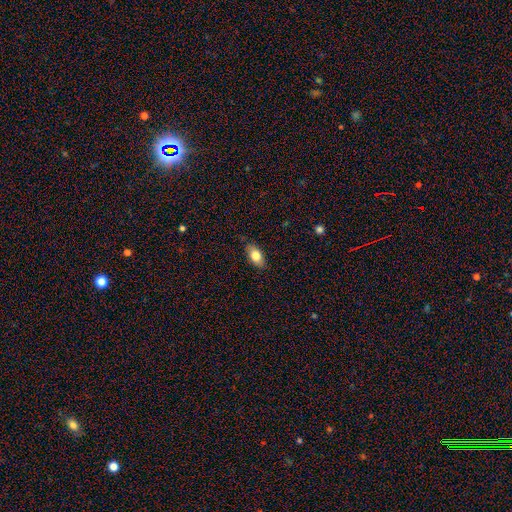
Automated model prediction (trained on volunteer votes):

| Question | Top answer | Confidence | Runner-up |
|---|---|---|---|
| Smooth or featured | smooth | 79% | featured or disk (14%) |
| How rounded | in between | 89% | cigar-shaped (6%) |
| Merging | none | 82% | minor disturbance (14%) |